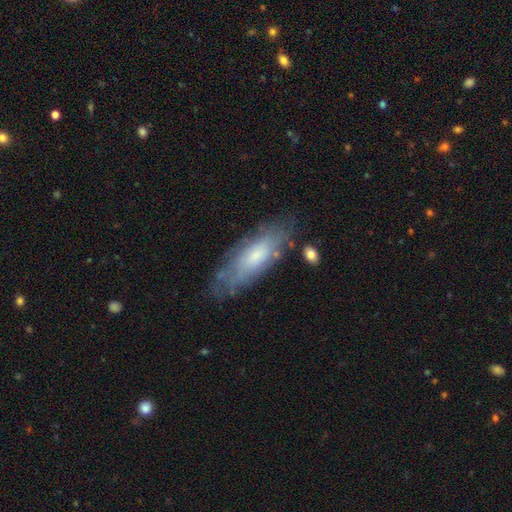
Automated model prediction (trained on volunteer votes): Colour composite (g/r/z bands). It shows a smooth galaxy with no disk features (51%) that is in between round and cigar-shaped (66%). Merging: none (69%).